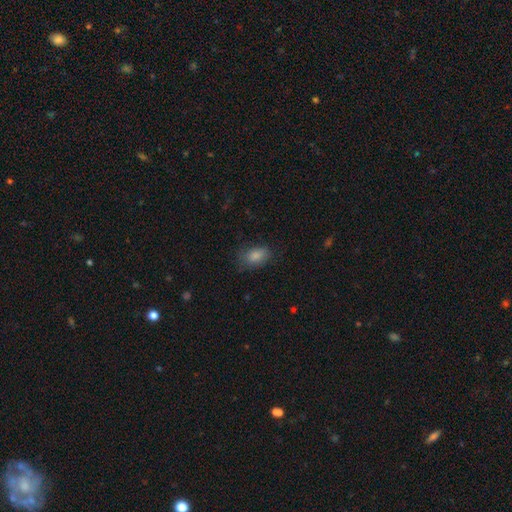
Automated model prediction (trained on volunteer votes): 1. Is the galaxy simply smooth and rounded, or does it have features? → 86% smooth, 8% star or artifact, 6% featured or disk.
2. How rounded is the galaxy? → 88% in between, 10% round, 2% cigar-shaped.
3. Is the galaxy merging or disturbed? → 74% none, 19% minor disturbance, 6% major disturbance, 1% merger.